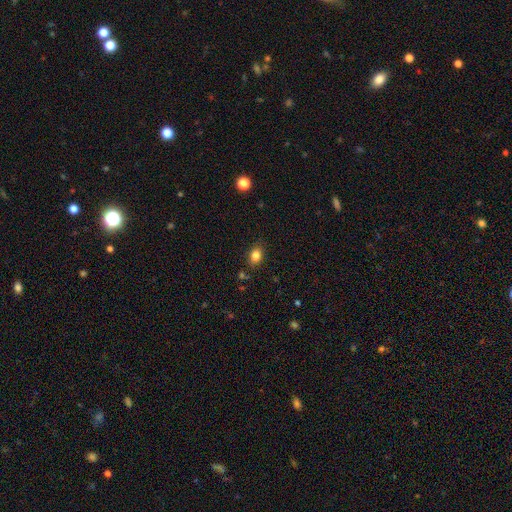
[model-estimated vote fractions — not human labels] Smooth or featured?
  - smooth: 83% *
  - star or artifact: 10%
  - featured or disk: 6%
How rounded?
  - in between: 73% *
  - round: 26%
  - cigar-shaped: 1%
Merging?
  - none: 83% *
  - minor disturbance: 12%
  - major disturbance: 3%
  - merger: 2%